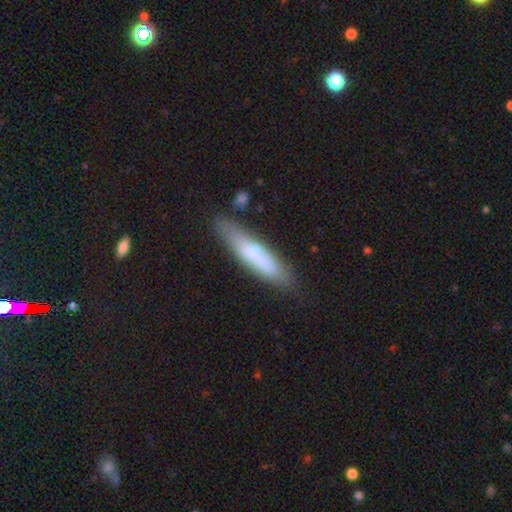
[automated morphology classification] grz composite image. It shows a smooth galaxy with no disk features (59%) that is cigar-shaped (79%). Merging: none (73%).